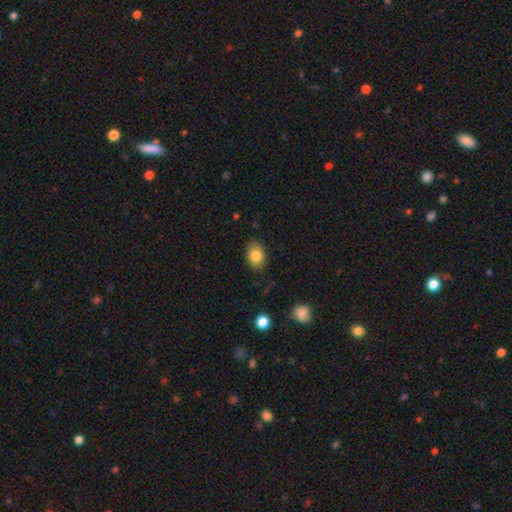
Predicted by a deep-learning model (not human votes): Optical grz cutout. It shows a smooth galaxy with no disk features (83%) that is in between round and cigar-shaped (75%). Merging: none (84%).